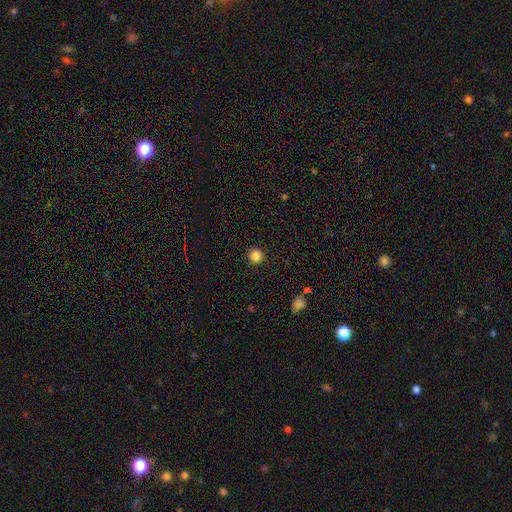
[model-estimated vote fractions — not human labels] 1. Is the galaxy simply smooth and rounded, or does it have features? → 85% smooth, 12% star or artifact, 4% featured or disk.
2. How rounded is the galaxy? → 95% round, 4% in between, 1% cigar-shaped.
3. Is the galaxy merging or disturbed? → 92% none, 5% minor disturbance, 2% major disturbance, 1% merger.